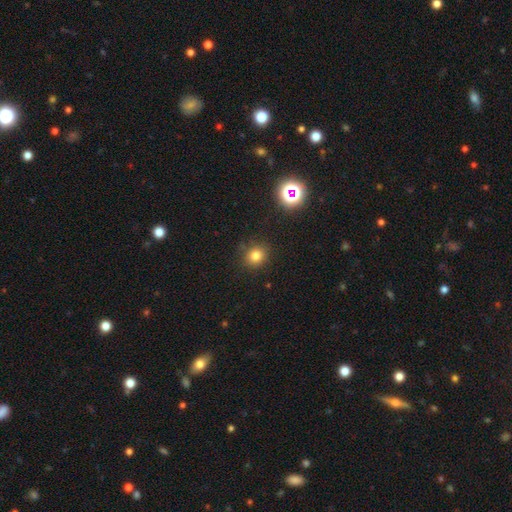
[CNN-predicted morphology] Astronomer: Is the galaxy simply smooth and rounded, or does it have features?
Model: smooth — 77%.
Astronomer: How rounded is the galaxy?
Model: round — 82%.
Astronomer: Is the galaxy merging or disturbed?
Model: none — 87%.